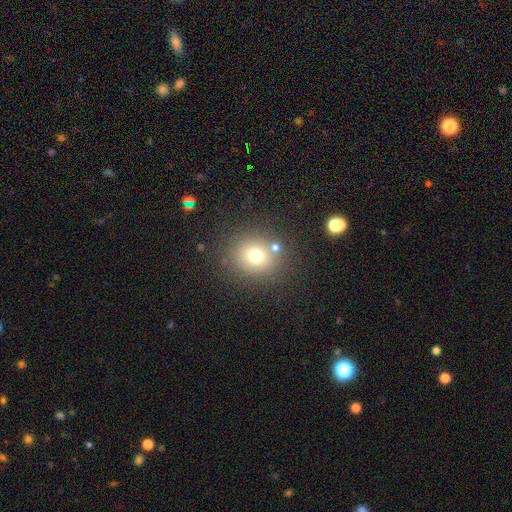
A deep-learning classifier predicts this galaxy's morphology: Q: Smooth or featured?
A: smooth (71%); runner-up: star or artifact (17%)
Q: How rounded?
A: round (80%); runner-up: in between (19%)
Q: Merging?
A: none (79%); runner-up: minor disturbance (9%)